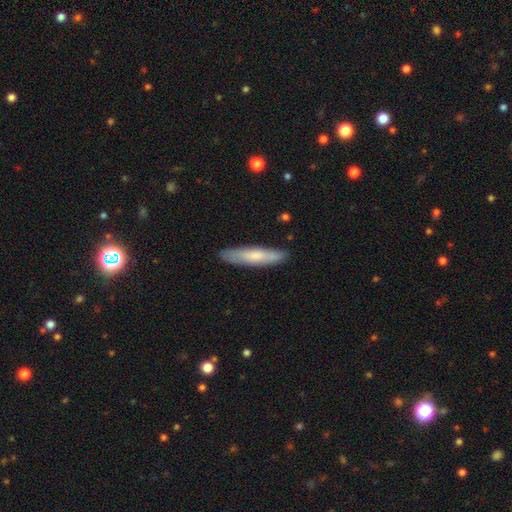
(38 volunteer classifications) This is possibly a smooth galaxy (58%). How rounded: likely cigar-shaped (73%). Merging: clearly none (86%).